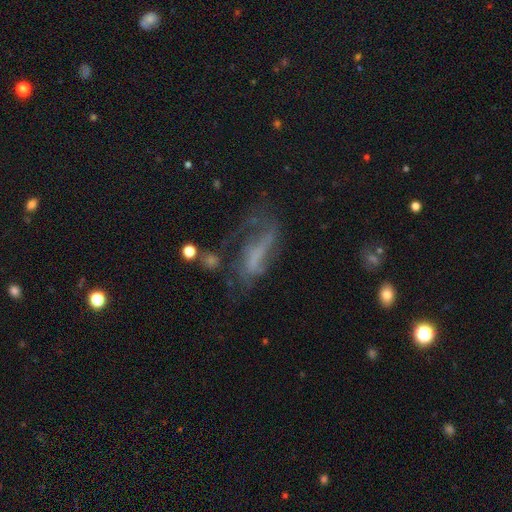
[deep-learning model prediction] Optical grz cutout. It shows a featured or disk galaxy (58%) with no bar (52%), spiral arms (55%) and no central bulge (65%). Merging: major disturbance (40%).